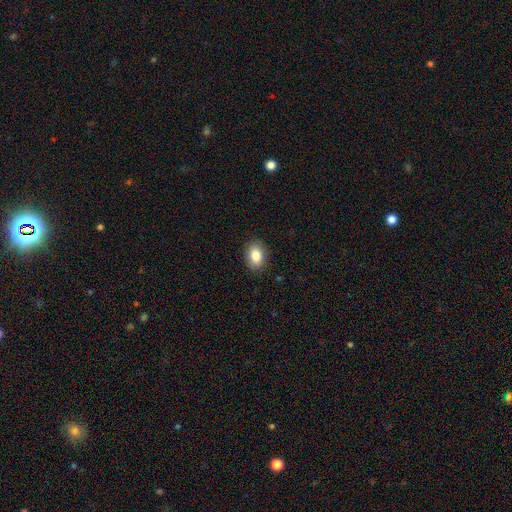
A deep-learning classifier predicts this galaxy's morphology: Overall: smooth (83%). How rounded: in between (75%). Merging: none (88%).